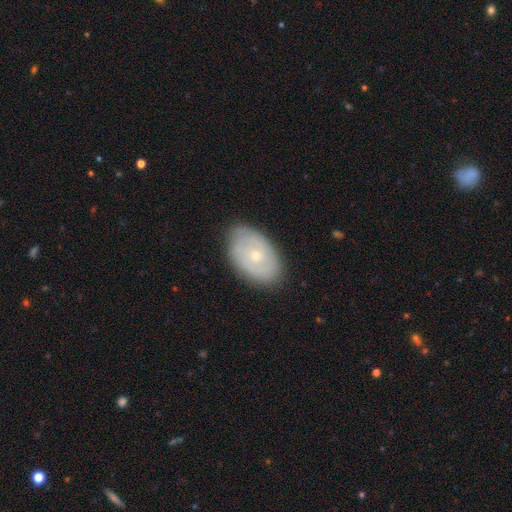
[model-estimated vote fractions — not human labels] smooth_or_featured: featured or disk (p=0.56) [alt: smooth p=0.37]
disk_edge_on: no (p=0.93) [alt: yes p=0.07]
bar: no (p=0.85) [alt: weak p=0.12]
has_spiral_arms: yes (p=0.51) [alt: no p=0.49]
bulge_size: small (p=0.65) [alt: moderate p=0.33]
merging: none (p=0.81) [alt: minor disturbance p=0.15]